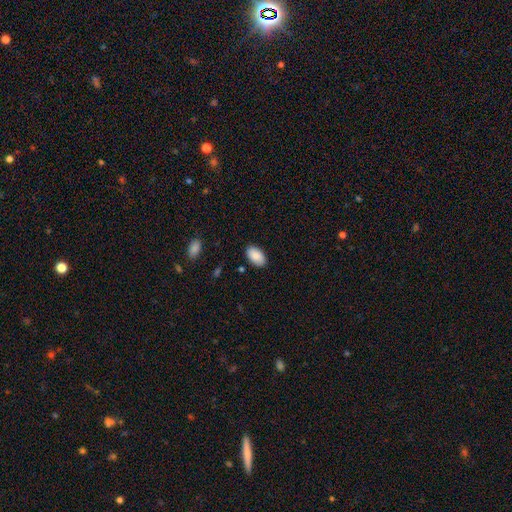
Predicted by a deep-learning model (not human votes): Smooth or featured? Predicted: smooth (p=0.88). How rounded? Predicted: in between (p=0.95). Merging? Predicted: none (p=0.87).